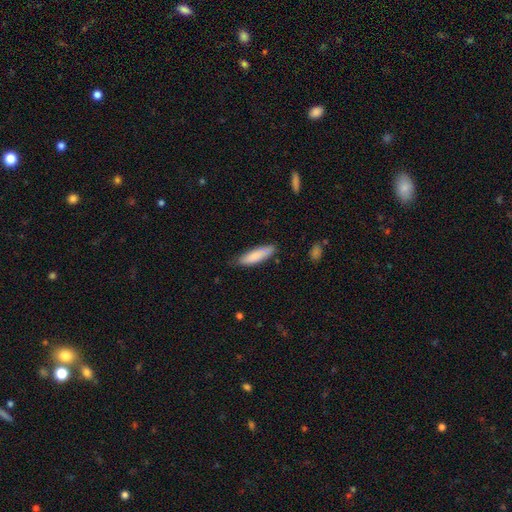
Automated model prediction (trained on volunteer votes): The model was most divided on "how rounded": cigar-shaped: 60%, in between: 38%, round: 1%. More confident: smooth or featured — smooth (83%); merging — none (76%).